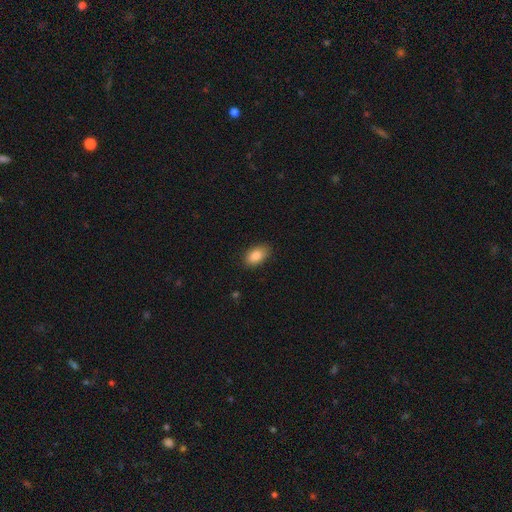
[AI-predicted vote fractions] A smooth galaxy with no disk features (87%) that is in between round and cigar-shaped (92%). Merging: none (85%).